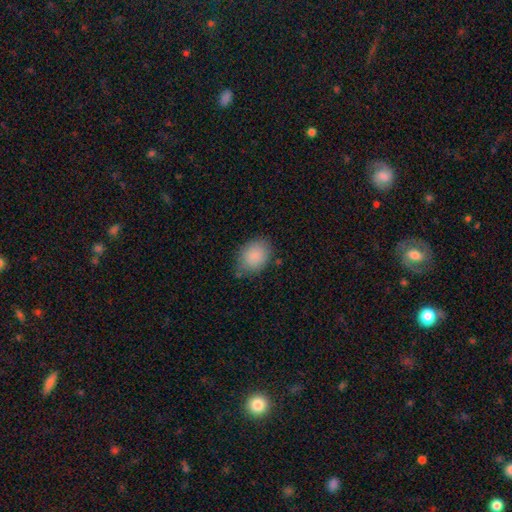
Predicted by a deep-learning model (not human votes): Q: Smooth or featured?
A: smooth (88%); runner-up: star or artifact (7%)
Q: How rounded?
A: in between (66%); runner-up: round (33%)
Q: Merging?
A: none (72%); runner-up: minor disturbance (21%)